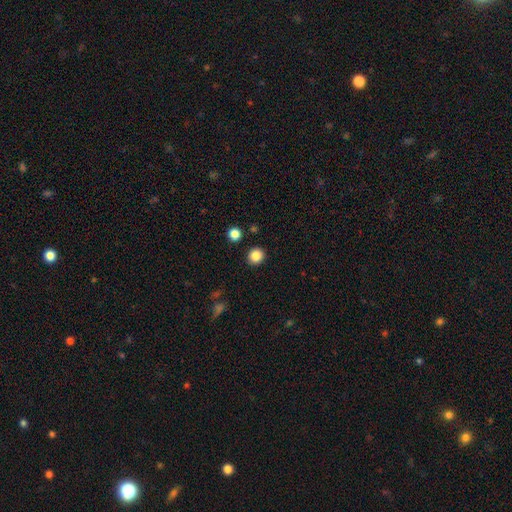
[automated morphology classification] A smooth galaxy with no disk features (86%) that is round (88%).

Vote fractions:
- Smooth or featured? smooth: 86% / star or artifact: 11% / featured or disk: 4%
- How rounded? round: 88% / in between: 11% / cigar-shaped: 1%
- Merging? none: 91% / minor disturbance: 5% / merger: 2% / major disturbance: 2%